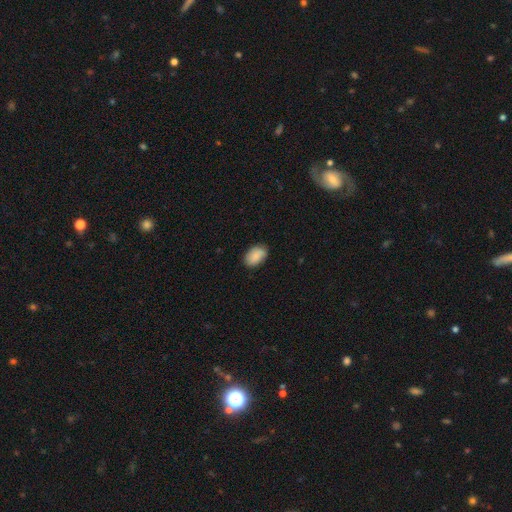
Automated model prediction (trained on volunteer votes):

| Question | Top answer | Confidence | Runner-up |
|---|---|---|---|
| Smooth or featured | smooth | 87% | star or artifact (7%) |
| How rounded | in between | 89% | round (9%) |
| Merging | none | 82% | minor disturbance (14%) |